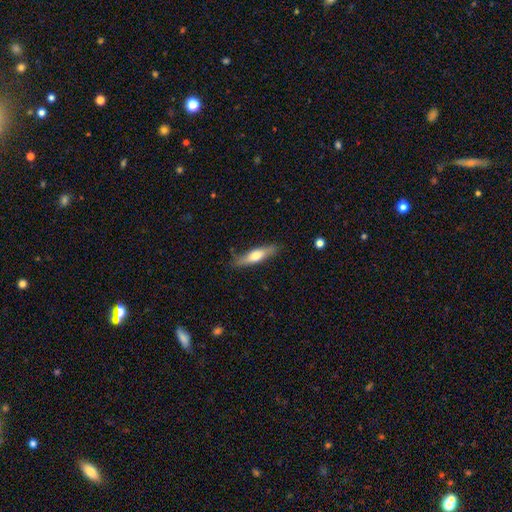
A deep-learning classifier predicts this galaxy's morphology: The model was most divided on "smooth or featured": smooth: 56%, featured or disk: 38%, star or artifact: 6%. More confident: merging — none (81%); how rounded — cigar-shaped (73%).